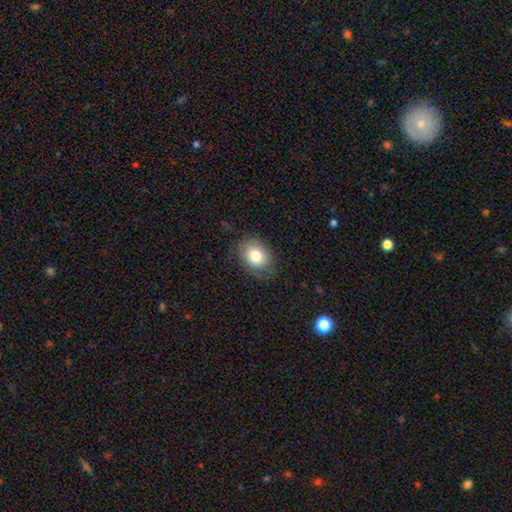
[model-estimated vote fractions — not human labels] Overall: smooth (80%). How rounded: in between (68%; round 32%). Merging: none (78%).